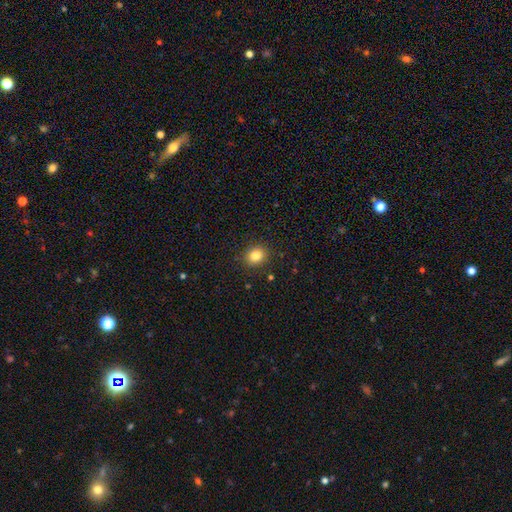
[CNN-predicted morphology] Smooth or featured? smooth (83%)
How rounded? round (70%)
Merging? none (89%)